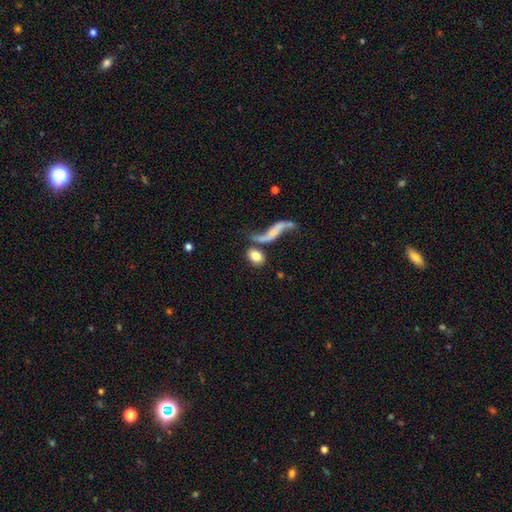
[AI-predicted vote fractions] A smooth galaxy with no disk features (75%) that is in between round and cigar-shaped (76%). Merging: none (54%).